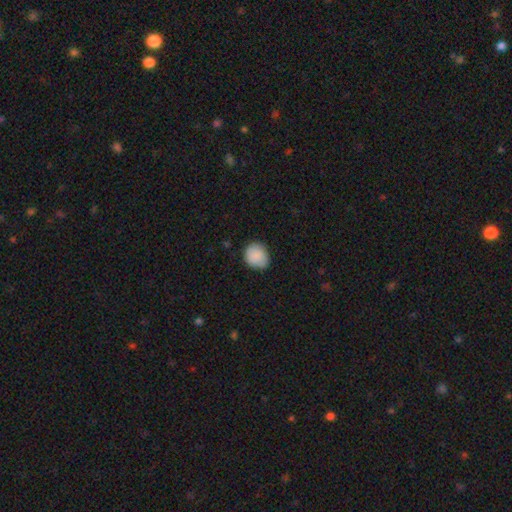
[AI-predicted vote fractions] Smooth or featured: smooth — 87% (star or artifact — 7%)
How rounded: round — 74% (in between — 25%)
Merging: none — 78% (minor disturbance — 18%)